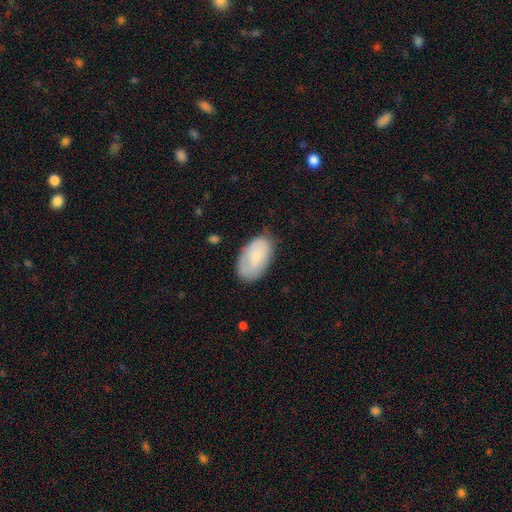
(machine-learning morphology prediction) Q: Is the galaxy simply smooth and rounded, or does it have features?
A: smooth — 74%.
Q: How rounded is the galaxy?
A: in between — 95%.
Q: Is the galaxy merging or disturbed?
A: none — 75%.